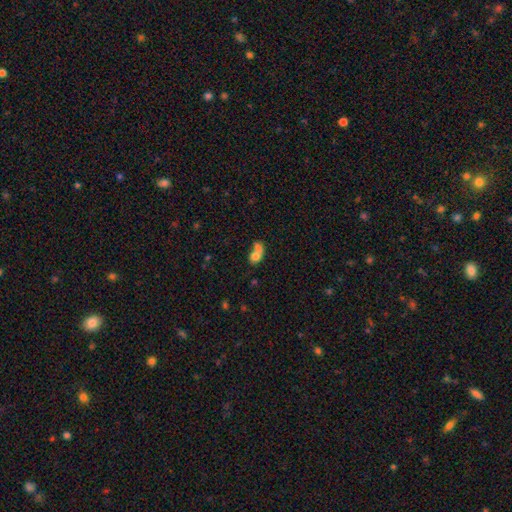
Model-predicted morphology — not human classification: smooth-or-featured: smooth: 72% | featured or disk: 18% | star or artifact: 11%
  how-rounded: in between: 54% | round: 43% | cigar-shaped: 2%
  merging: merger: 65% | none: 19% | major disturbance: 8% | minor disturbance: 8%